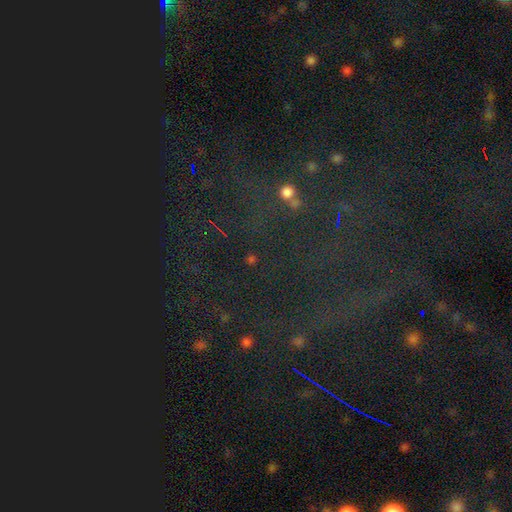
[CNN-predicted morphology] star or artifact 75%, smooth 13%, featured or disk 12%.